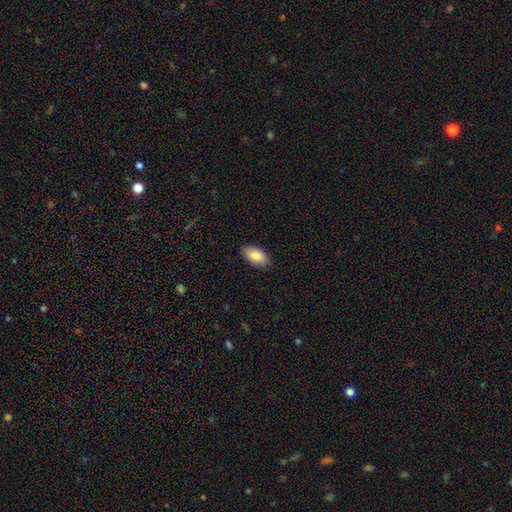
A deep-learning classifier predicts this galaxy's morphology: smooth_or_featured: smooth (p=0.86) [alt: featured or disk p=0.08]
how_rounded: in between (p=0.94) [alt: cigar-shaped p=0.03]
merging: none (p=0.87) [alt: minor disturbance p=0.10]